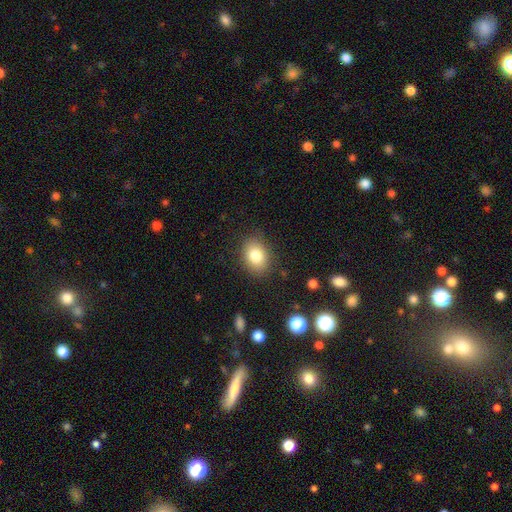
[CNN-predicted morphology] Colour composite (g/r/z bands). It shows a smooth galaxy with no disk features (82%) that is in between round and cigar-shaped (65%). Merging: none (84%).